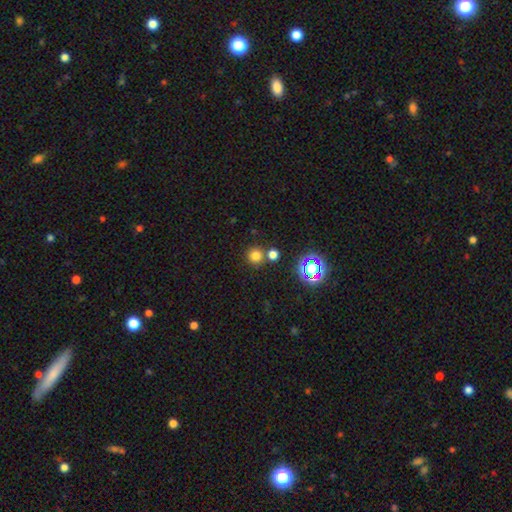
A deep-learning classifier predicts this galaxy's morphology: A smooth galaxy with no disk features (73%) that is round (94%). Merging: none (74%).